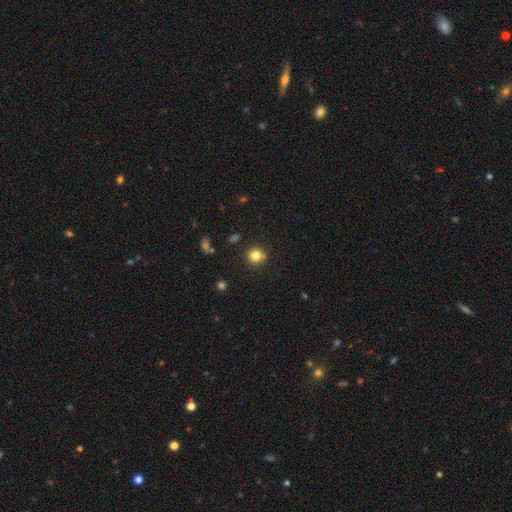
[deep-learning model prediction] Smooth or featured? smooth (80%)
How rounded? round (91%)
Merging? none (82%)